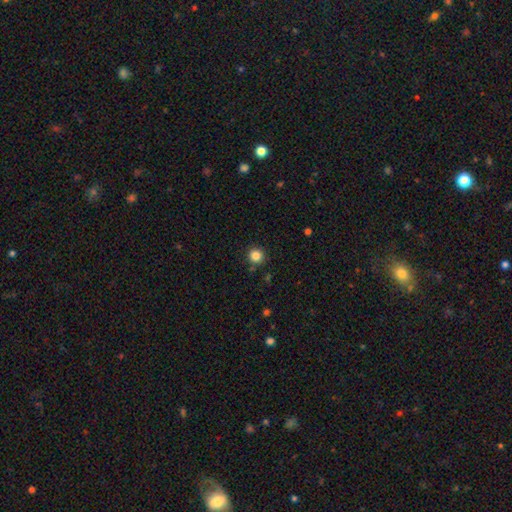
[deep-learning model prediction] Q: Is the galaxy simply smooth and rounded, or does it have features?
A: smooth — 84%.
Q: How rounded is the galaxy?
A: round — 95%.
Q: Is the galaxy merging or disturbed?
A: none — 89%.